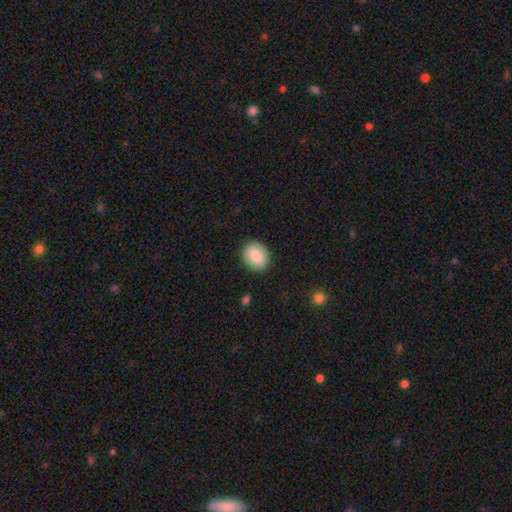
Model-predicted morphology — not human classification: This is clearly a smooth galaxy (84%). How rounded: possibly round (60%). Merging: clearly none (89%).